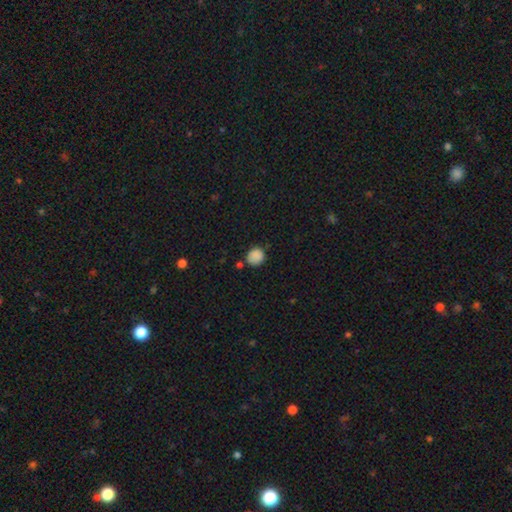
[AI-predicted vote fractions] Smooth or featured: smooth — 85% (star or artifact — 10%)
How rounded: round — 81% (in between — 18%)
Merging: none — 72% (minor disturbance — 17%)